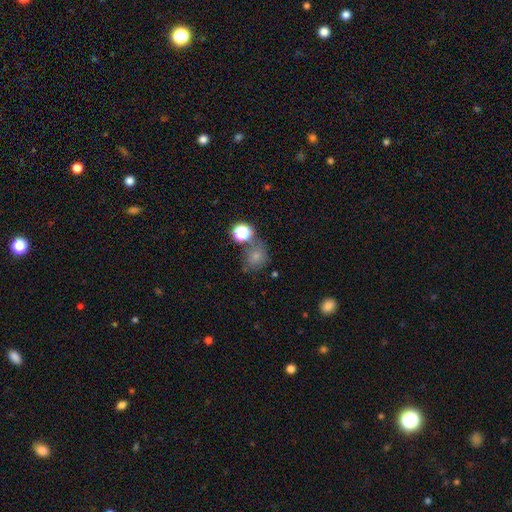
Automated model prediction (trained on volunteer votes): A smooth galaxy with no disk features (69%) that is round (71%).

Vote fractions:
- Smooth or featured? smooth: 69% / star or artifact: 19% / featured or disk: 12%
- How rounded? round: 71% / in between: 28% / cigar-shaped: 1%
- Merging? none: 53% / merger: 19% / minor disturbance: 18% / major disturbance: 10%